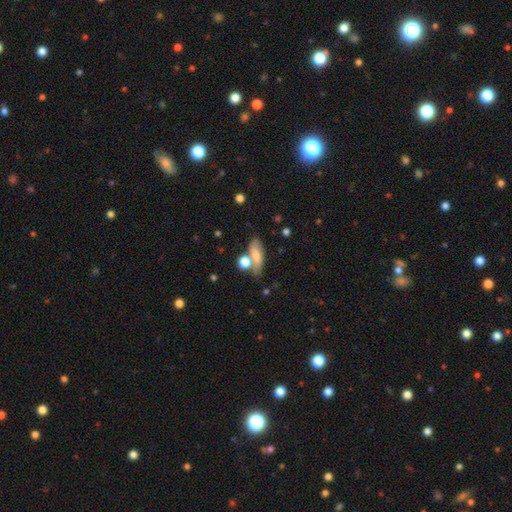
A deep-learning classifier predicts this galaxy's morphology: A smooth galaxy with no disk features (64%) that is in between round and cigar-shaped (65%). Merging: none (50%).